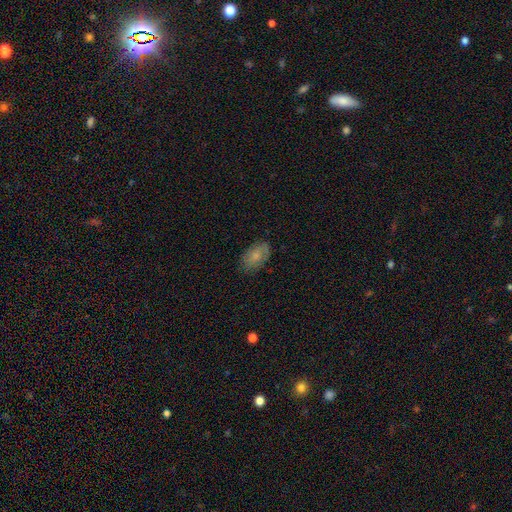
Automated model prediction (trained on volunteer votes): Smooth or featured: smooth — 76% (featured or disk — 16%)
How rounded: in between — 92% (round — 6%)
Merging: none — 78% (minor disturbance — 17%)